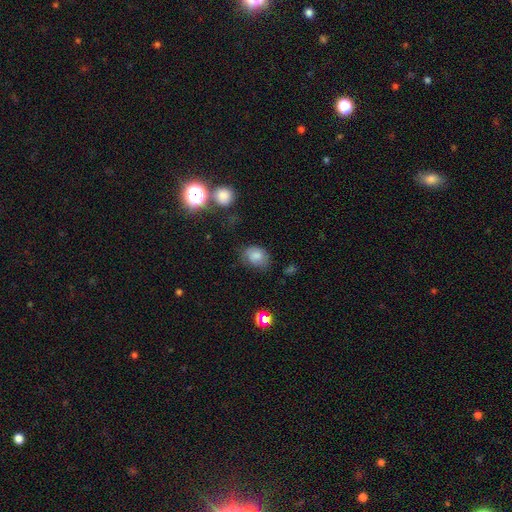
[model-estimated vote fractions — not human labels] Smooth or featured?
  - smooth: 79% *
  - star or artifact: 11%
  - featured or disk: 10%
How rounded?
  - in between: 64% *
  - round: 35%
  - cigar-shaped: 1%
Merging?
  - none: 62% *
  - minor disturbance: 27%
  - major disturbance: 9%
  - merger: 2%